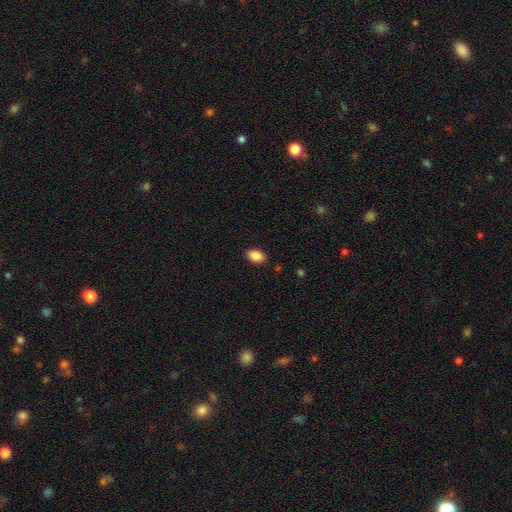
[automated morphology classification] Overall: smooth (88%). How rounded: in between (91%). Merging: none (89%).